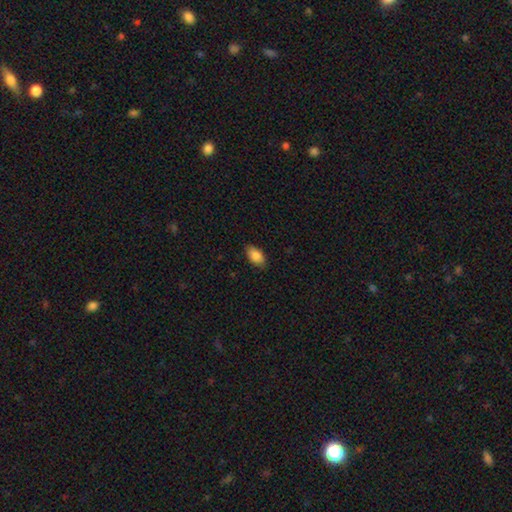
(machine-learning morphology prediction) Overall: smooth (87%). How rounded: in between (93%). Merging: none (86%).